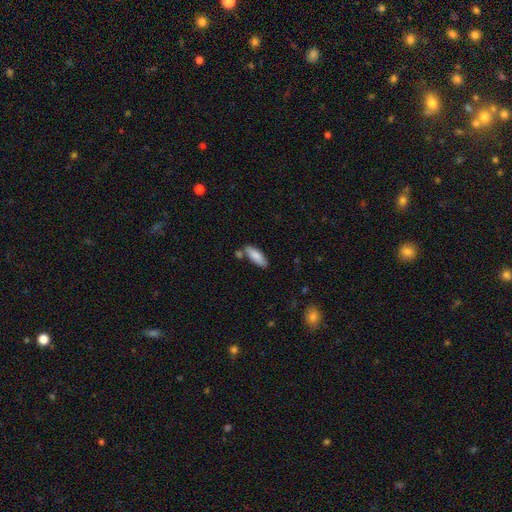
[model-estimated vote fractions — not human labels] Smooth or featured? smooth (84%)
How rounded? in between (59%)
Merging? none (73%)